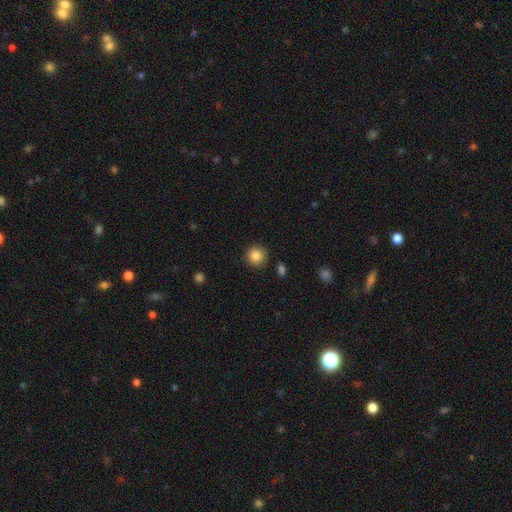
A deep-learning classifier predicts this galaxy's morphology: The model was most divided on "smooth or featured": smooth: 86%, star or artifact: 9%, featured or disk: 4%. More confident: how rounded — round (93%); merging — none (89%).